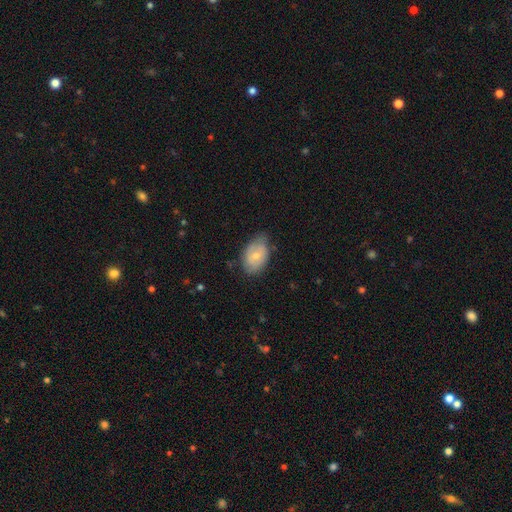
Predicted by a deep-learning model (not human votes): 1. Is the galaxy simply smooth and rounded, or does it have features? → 60% smooth, 33% featured or disk, 6% star or artifact.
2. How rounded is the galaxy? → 88% in between, 11% round, 1% cigar-shaped.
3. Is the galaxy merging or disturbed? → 61% none, 31% minor disturbance, 6% major disturbance, 2% merger.